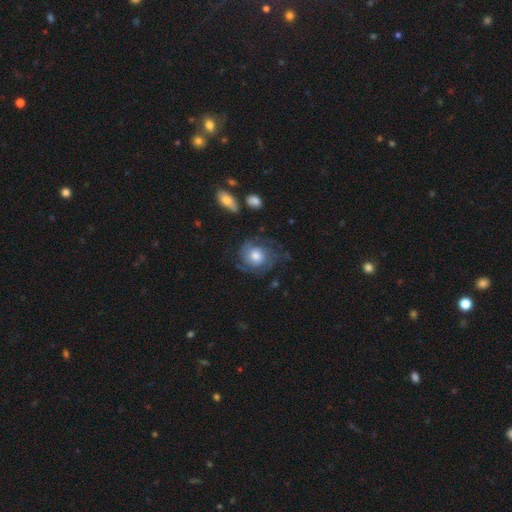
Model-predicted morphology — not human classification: Smooth or featured: featured or disk — 68% (smooth — 25%)
Edge-on disk: no — 97% (yes — 3%)
Bar: no — 79% (weak — 18%)
Spiral arms: yes — 90% (no — 10%)
Spiral winding: tight — 50% (medium — 35%)
Spiral arm count: can't tell — 31% (2 — 25%)
Bulge size: moderate — 58% (large — 23%)
Merging: none — 64% (minor disturbance — 19%)